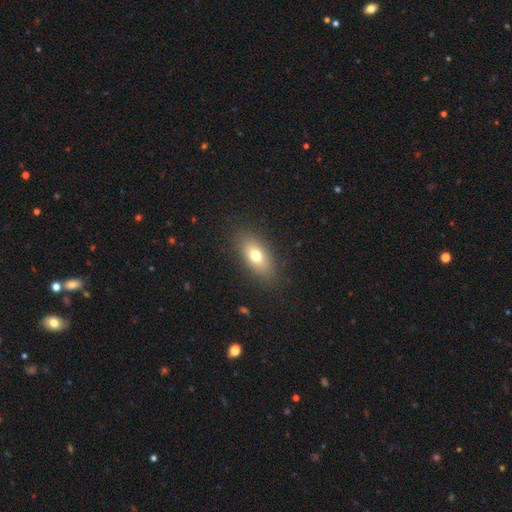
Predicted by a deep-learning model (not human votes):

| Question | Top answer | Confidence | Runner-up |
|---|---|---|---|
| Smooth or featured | smooth | 72% | featured or disk (19%) |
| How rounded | in between | 83% | cigar-shaped (10%) |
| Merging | none | 86% | minor disturbance (10%) |